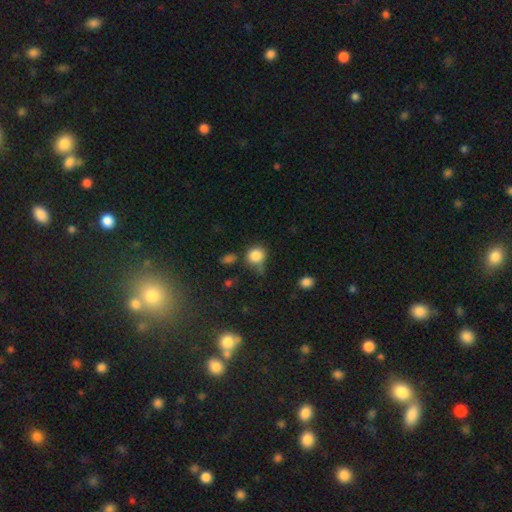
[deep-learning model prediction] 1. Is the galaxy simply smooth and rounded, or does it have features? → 83% smooth, 11% star or artifact, 6% featured or disk.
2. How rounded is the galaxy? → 82% round, 17% in between, 1% cigar-shaped.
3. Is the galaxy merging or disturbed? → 57% none, 25% minor disturbance, 10% merger, 8% major disturbance.